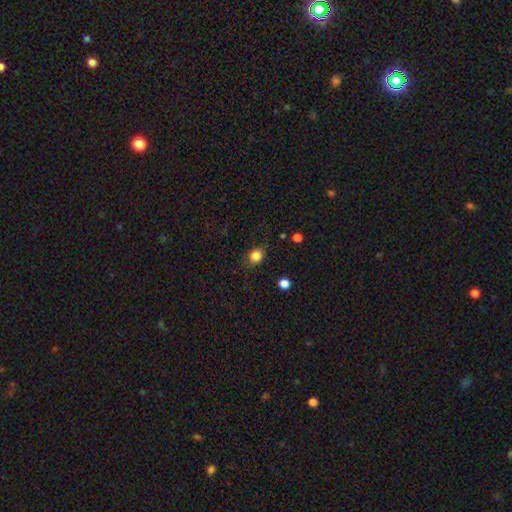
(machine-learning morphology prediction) Smooth or featured? Predicted: smooth (p=0.84). How rounded? Predicted: round (p=0.67). Merging? Predicted: none (p=0.83).